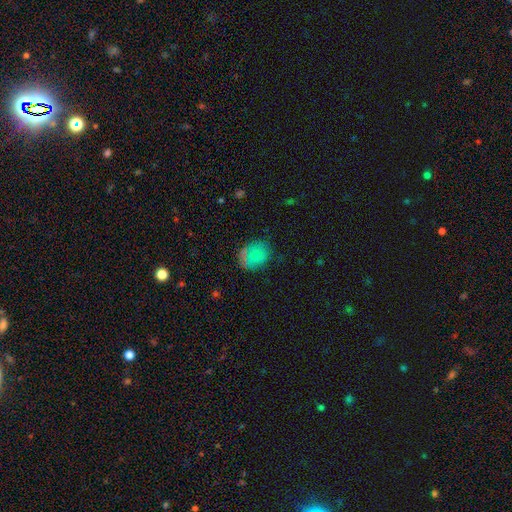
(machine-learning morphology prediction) Q: Smooth or featured?
A: smooth (72%); runner-up: star or artifact (16%)
Q: How rounded?
A: round (67%); runner-up: in between (32%)
Q: Merging?
A: none (71%); runner-up: minor disturbance (18%)